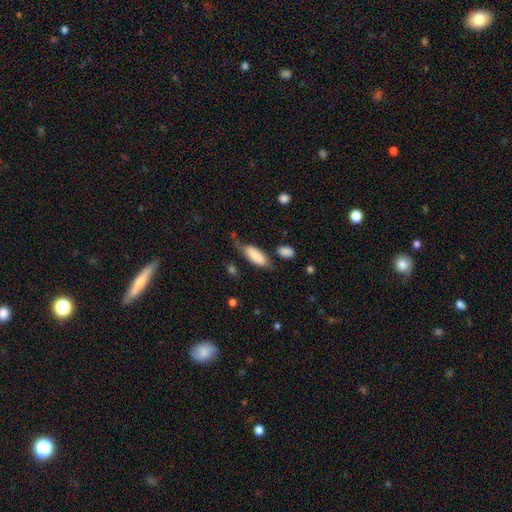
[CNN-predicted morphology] smooth-or-featured: smooth: 83% | featured or disk: 11% | star or artifact: 6%
  how-rounded: in between: 70% | cigar-shaped: 29% | round: 2%
  merging: none: 58% | minor disturbance: 27% | major disturbance: 9% | merger: 6%